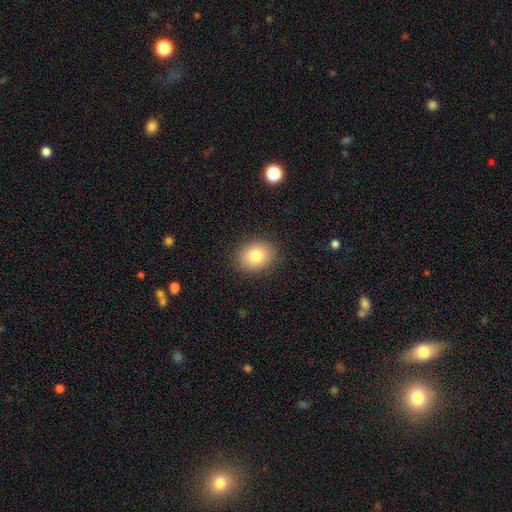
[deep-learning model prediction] Smooth or featured?
  - smooth: 81% *
  - featured or disk: 10%
  - star or artifact: 10%
How rounded?
  - round: 53% *
  - in between: 46%
  - cigar-shaped: 1%
Merging?
  - none: 88% *
  - minor disturbance: 8%
  - major disturbance: 2%
  - merger: 1%